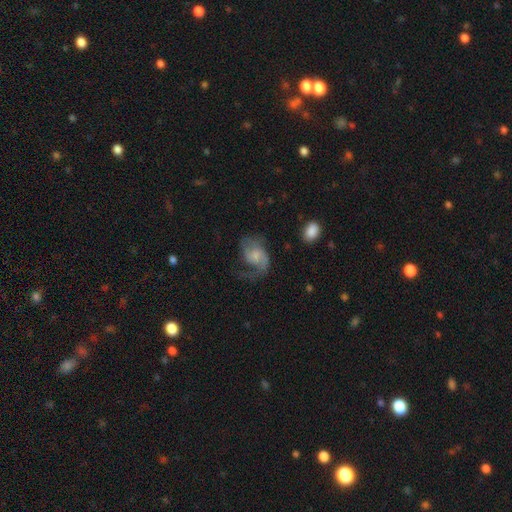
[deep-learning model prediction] Morphology: type=featured or disk (66%); edge-on=no (98%); bar=no (60%); spiral arms=yes (88%); winding=loose (47%); arm count=2 (54%); bulge=small (41%); merging=major disturbance (39%).